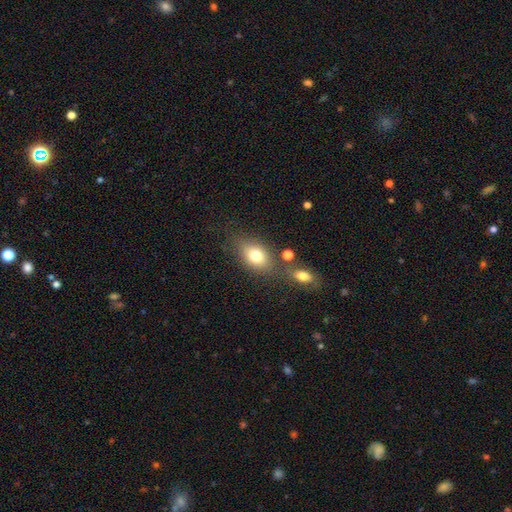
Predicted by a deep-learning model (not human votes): Q: Smooth or featured?
A: smooth (77%); runner-up: featured or disk (13%)
Q: How rounded?
A: in between (77%); runner-up: round (21%)
Q: Merging?
A: none (66%); runner-up: merger (14%)